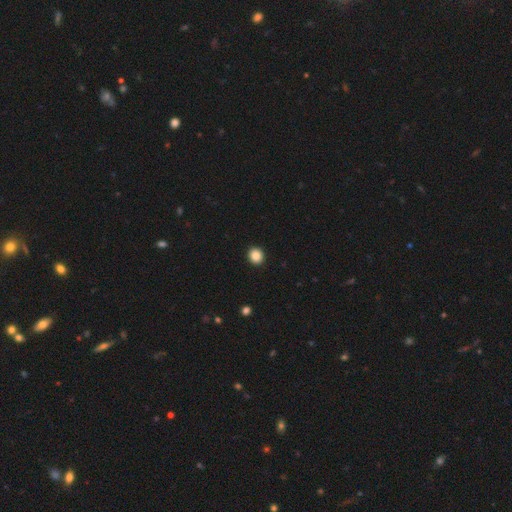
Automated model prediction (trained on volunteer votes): The model was most divided on "how rounded": round: 82%, in between: 17%, cigar-shaped: 1%. More confident: merging — none (93%); smooth or featured — smooth (87%).